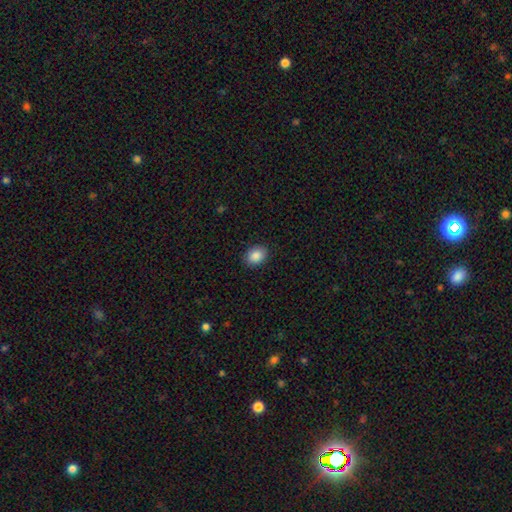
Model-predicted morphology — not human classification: A smooth galaxy with no disk features (88%) that is in between round and cigar-shaped (62%). Merging: none (90%).